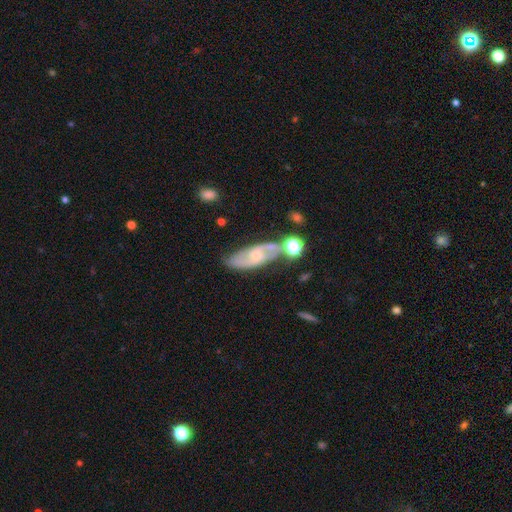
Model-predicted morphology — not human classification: Q: Smooth or featured?
A: featured or disk (74%); runner-up: smooth (19%)
Q: Edge-on disk?
A: no (88%); runner-up: yes (12%)
Q: Bar?
A: no (54%); runner-up: weak (36%)
Q: Spiral arms?
A: yes (90%); runner-up: no (10%)
Q: Spiral winding?
A: medium (45%); runner-up: loose (35%)
Q: Spiral arm count?
A: 2 (82%); runner-up: can't tell (11%)
Q: Bulge size?
A: small (62%); runner-up: moderate (32%)
Q: Merging?
A: none (58%); runner-up: minor disturbance (21%)